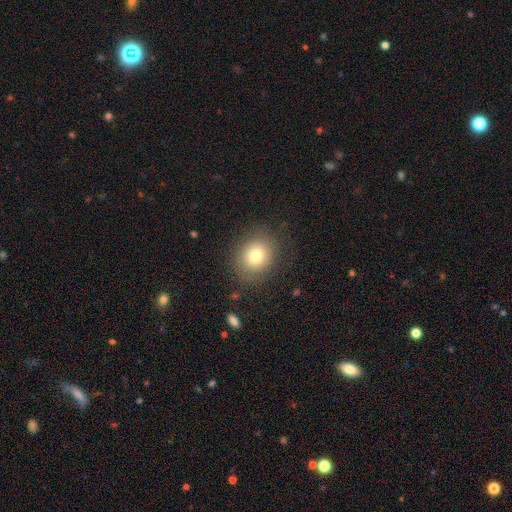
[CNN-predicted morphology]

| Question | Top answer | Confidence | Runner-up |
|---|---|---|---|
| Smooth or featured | smooth | 77% | featured or disk (12%) |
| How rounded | round | 68% | in between (31%) |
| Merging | none | 81% | minor disturbance (13%) |